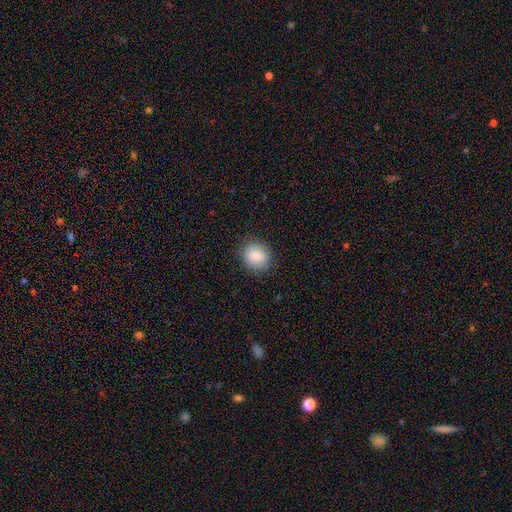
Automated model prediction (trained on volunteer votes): smooth_or_featured: smooth (p=0.86) [alt: star or artifact p=0.08]
how_rounded: round (p=0.72) [alt: in between p=0.27]
merging: none (p=0.85) [alt: minor disturbance p=0.11]